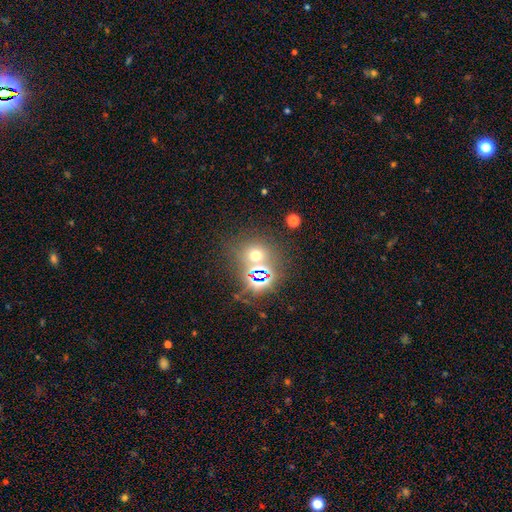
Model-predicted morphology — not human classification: smooth_or_featured: smooth (p=0.48) [alt: star or artifact p=0.43]
merging: none (p=0.70) [alt: merger p=0.17]